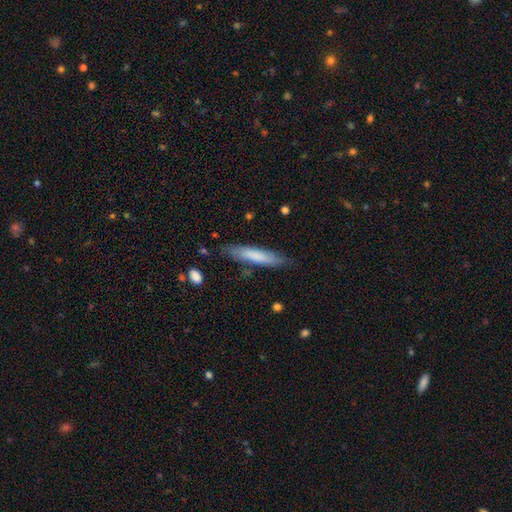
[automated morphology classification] Q: Smooth or featured?
A: smooth (73%); runner-up: featured or disk (21%)
Q: How rounded?
A: cigar-shaped (86%); runner-up: in between (13%)
Q: Merging?
A: none (79%); runner-up: minor disturbance (16%)